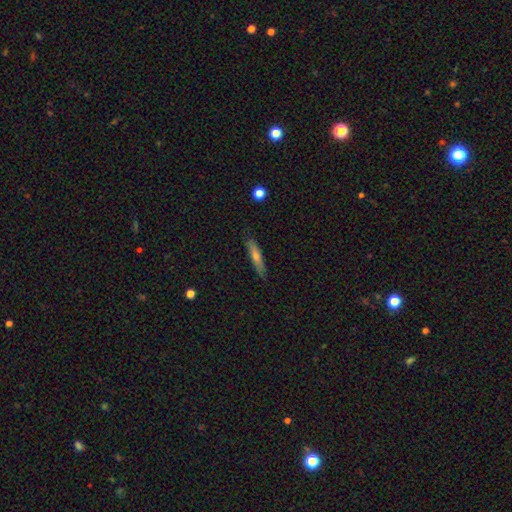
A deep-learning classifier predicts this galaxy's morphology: This is possibly a smooth galaxy (57%). How rounded: clearly cigar-shaped (88%). Merging: clearly none (86%).